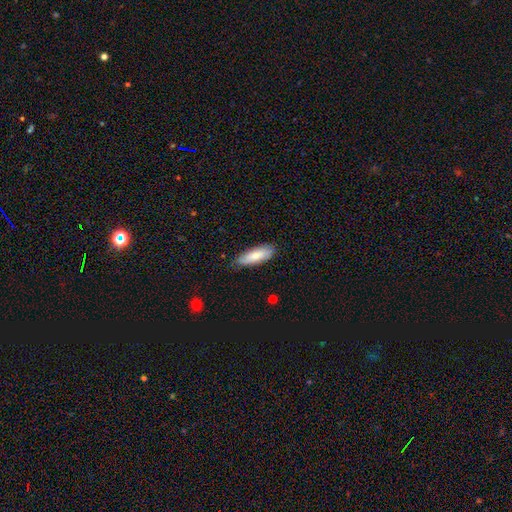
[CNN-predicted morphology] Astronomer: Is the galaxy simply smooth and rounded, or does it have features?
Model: smooth — 77%.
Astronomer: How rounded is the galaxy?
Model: in between — 64%.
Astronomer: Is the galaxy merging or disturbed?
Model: none — 76%.